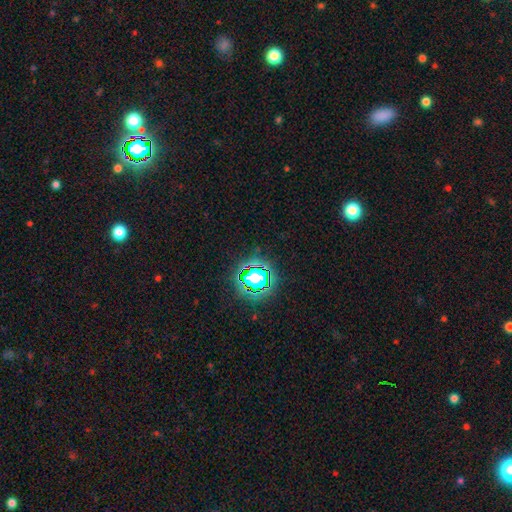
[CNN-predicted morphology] smooth_or_featured: star or artifact (p=0.78) [alt: smooth p=0.14]